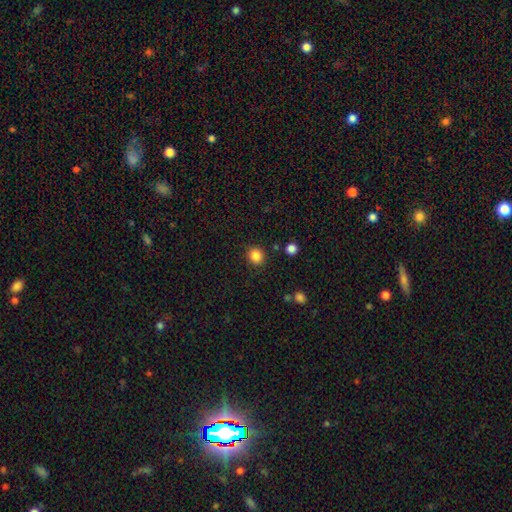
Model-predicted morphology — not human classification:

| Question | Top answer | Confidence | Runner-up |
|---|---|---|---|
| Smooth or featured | smooth | 85% | star or artifact (11%) |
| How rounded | round | 85% | in between (14%) |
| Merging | none | 88% | minor disturbance (7%) |